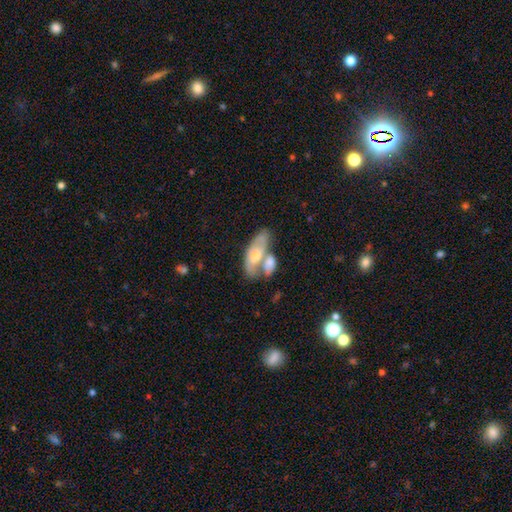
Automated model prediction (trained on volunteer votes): The model was most divided on "smooth or featured": smooth: 50%, featured or disk: 43%, star or artifact: 7%. More confident: how rounded — in between (79%); merging — merger (53%).